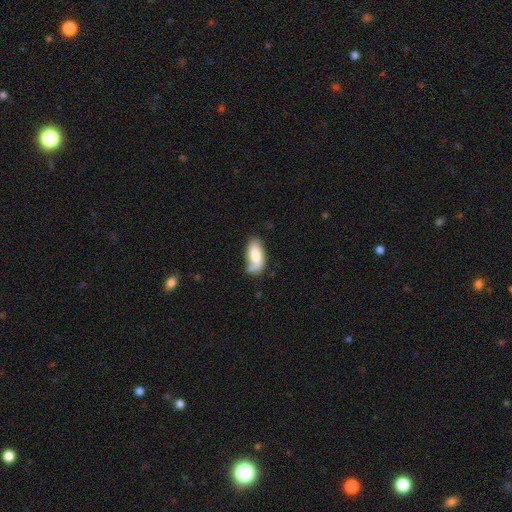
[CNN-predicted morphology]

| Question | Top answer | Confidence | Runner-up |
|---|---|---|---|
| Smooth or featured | smooth | 70% | featured or disk (23%) |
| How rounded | in between | 88% | cigar-shaped (10%) |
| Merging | none | 50% | minor disturbance (27%) |